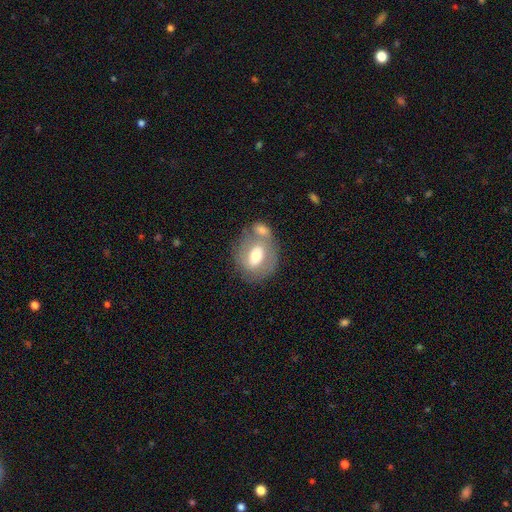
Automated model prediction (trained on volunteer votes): A smooth galaxy with no disk features (51%) that is in between round and cigar-shaped (54%). Merging: none (40%).